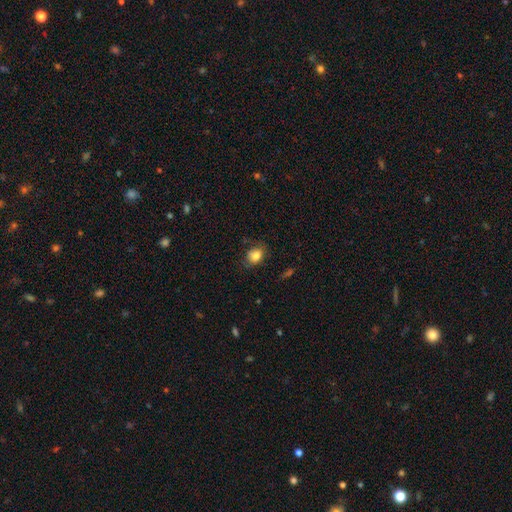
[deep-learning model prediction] The model was most divided on "how rounded": in between: 57%, round: 41%, cigar-shaped: 1%. More confident: smooth or featured — smooth (80%); merging — none (69%).